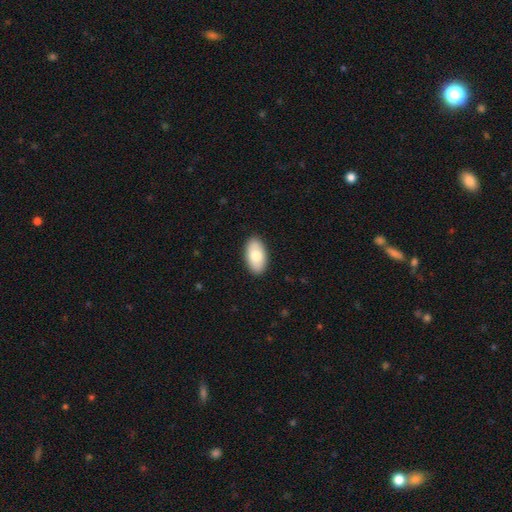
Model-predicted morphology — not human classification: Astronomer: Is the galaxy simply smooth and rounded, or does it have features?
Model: smooth — 75%.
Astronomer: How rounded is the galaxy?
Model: in between — 95%.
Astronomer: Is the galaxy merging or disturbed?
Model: none — 90%.